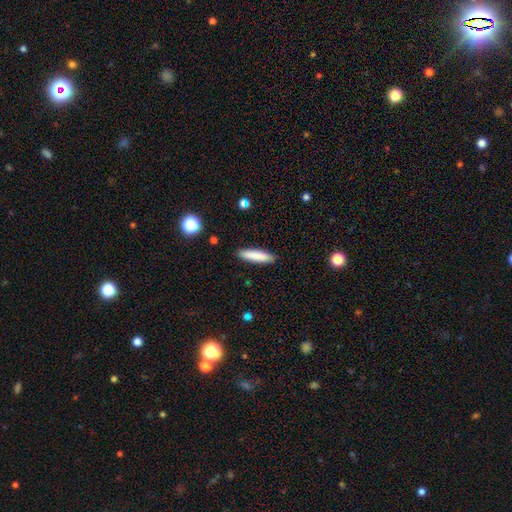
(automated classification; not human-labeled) smooth_or_featured: smooth (p=0.84) [alt: featured or disk p=0.10]
how_rounded: cigar-shaped (p=0.84) [alt: in between p=0.15]
merging: none (p=0.90) [alt: minor disturbance p=0.07]